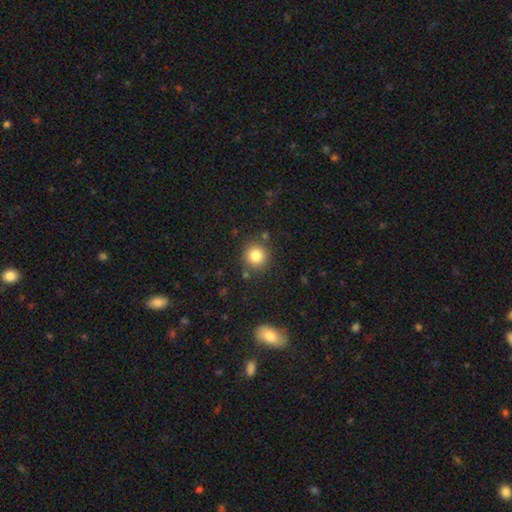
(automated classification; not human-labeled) The model was most divided on "smooth or featured": smooth: 82%, star or artifact: 11%, featured or disk: 6%. More confident: how rounded — round (93%); merging — none (86%).